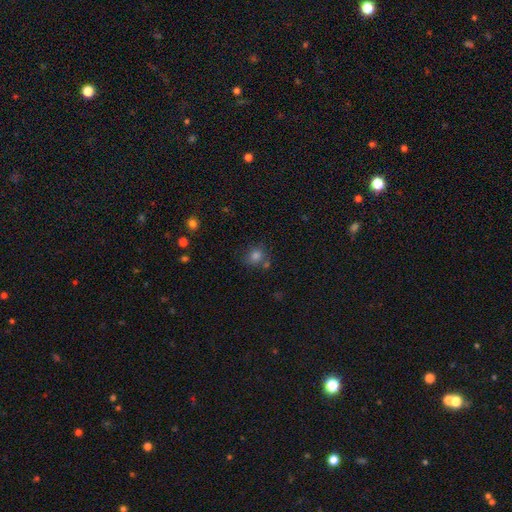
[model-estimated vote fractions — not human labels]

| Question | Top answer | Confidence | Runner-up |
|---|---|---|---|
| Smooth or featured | smooth | 79% | star or artifact (14%) |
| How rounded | round | 70% | in between (29%) |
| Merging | none | 67% | minor disturbance (15%) |